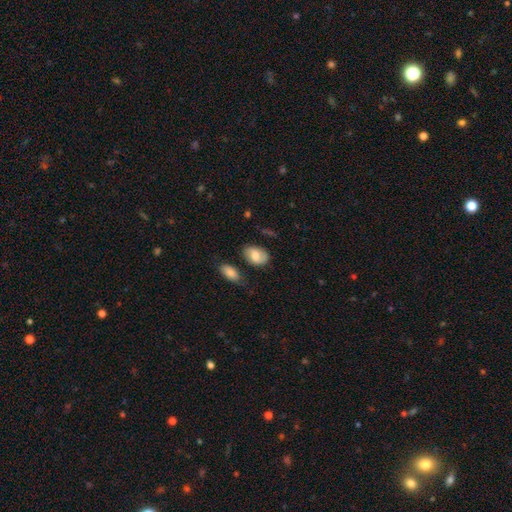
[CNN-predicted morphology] Smooth or featured? Predicted: smooth (p=0.68). How rounded? Predicted: in between (p=0.87). Merging? Predicted: none (p=0.66).